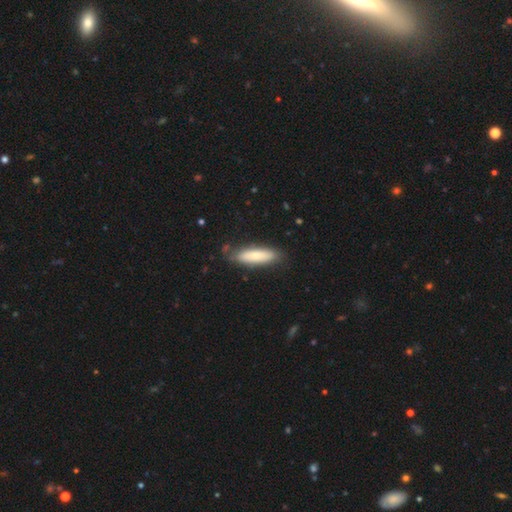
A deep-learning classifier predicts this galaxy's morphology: A smooth galaxy with no disk features (75%) that is cigar-shaped (59%).

Vote fractions:
- Smooth or featured? smooth: 75% / featured or disk: 19% / star or artifact: 6%
- How rounded? cigar-shaped: 59% / in between: 39% / round: 2%
- Merging? none: 79% / minor disturbance: 15% / major disturbance: 3% / merger: 2%